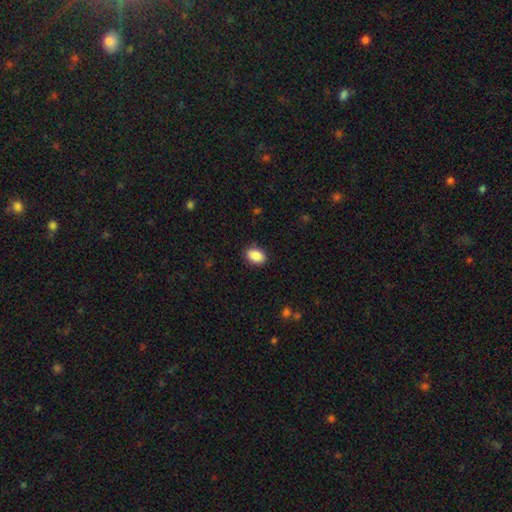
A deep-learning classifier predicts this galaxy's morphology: A smooth galaxy with no disk features (90%) that is in between round and cigar-shaped (85%). Merging: none (89%).